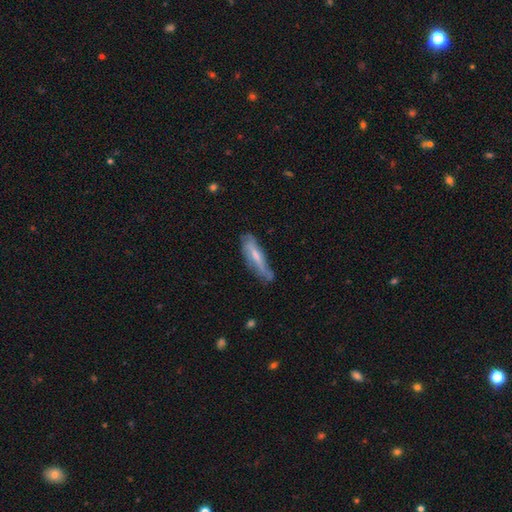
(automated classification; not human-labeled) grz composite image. It shows a smooth galaxy with no disk features (47%). Merging: none (54%).